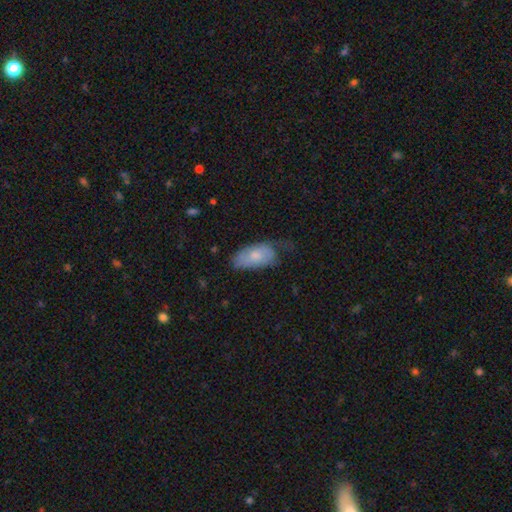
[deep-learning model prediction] The model was most divided on "merging": none: 44%, minor disturbance: 36%, major disturbance: 18%, merger: 2%. More confident: how rounded — in between (92%); smooth or featured — smooth (66%).